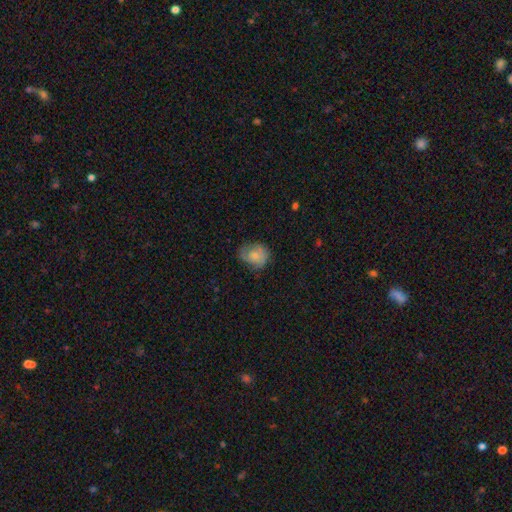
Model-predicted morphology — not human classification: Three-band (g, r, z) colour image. It shows a smooth galaxy with no disk features (57%) that is round (56%). Merging: none (57%).